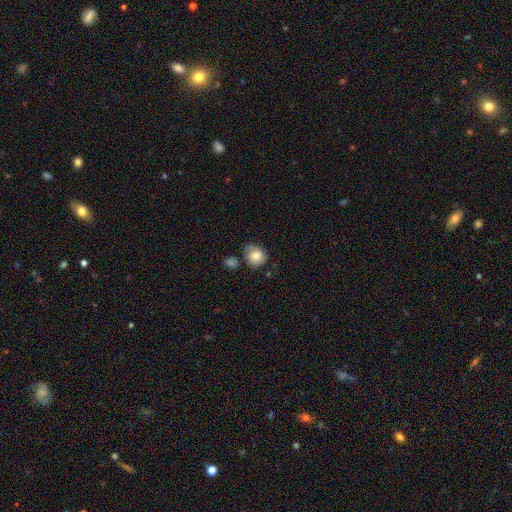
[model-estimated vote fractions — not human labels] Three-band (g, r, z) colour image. It shows a smooth galaxy with no disk features (73%) that is round (75%). Merging: none (56%).